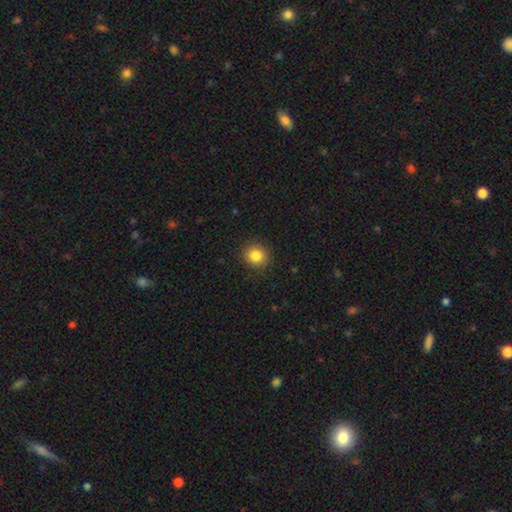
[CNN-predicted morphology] Smooth or featured? Predicted: smooth (p=0.84). How rounded? Predicted: round (p=0.87). Merging? Predicted: none (p=0.91).